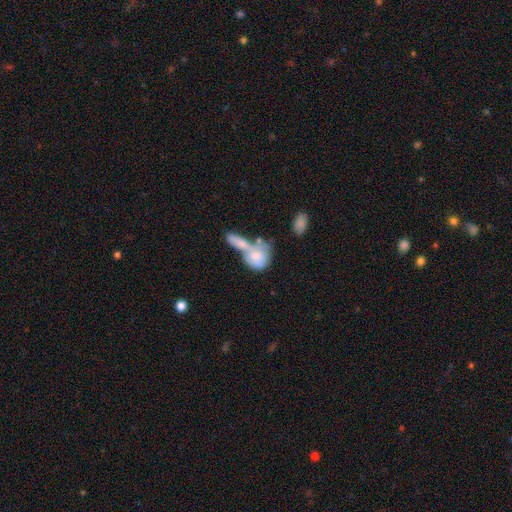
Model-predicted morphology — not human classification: type=smooth (69%); roundness=in between (48%); merging=merger (63%).